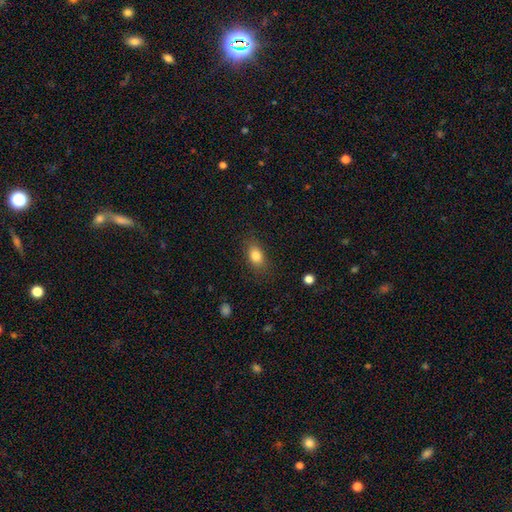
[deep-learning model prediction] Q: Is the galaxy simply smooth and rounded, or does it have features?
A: smooth — 83%.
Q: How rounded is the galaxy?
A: in between — 80%.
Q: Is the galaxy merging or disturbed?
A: none — 82%.